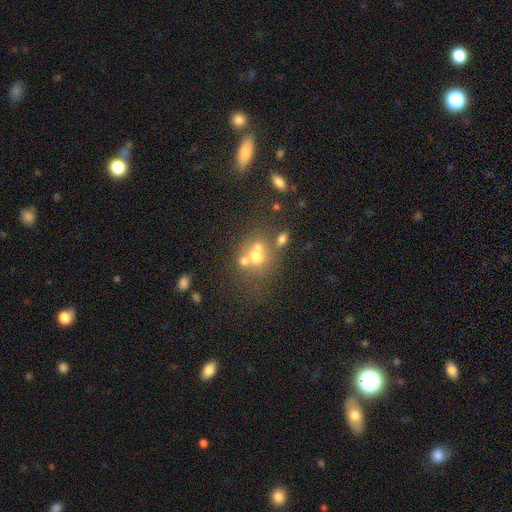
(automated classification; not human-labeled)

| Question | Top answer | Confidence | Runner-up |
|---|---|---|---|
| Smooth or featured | smooth | 52% | featured or disk (27%) |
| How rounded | round | 71% | in between (27%) |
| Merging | merger | 46% | none (39%) |